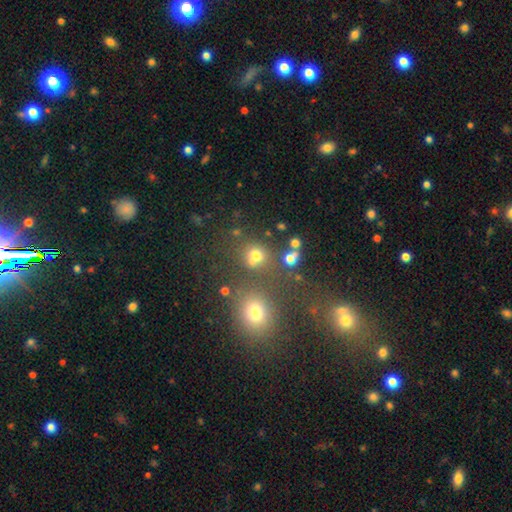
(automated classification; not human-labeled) Smooth or featured? Predicted: smooth (p=0.69). How rounded? Predicted: round (p=0.81). Merging? Predicted: none (p=0.61).